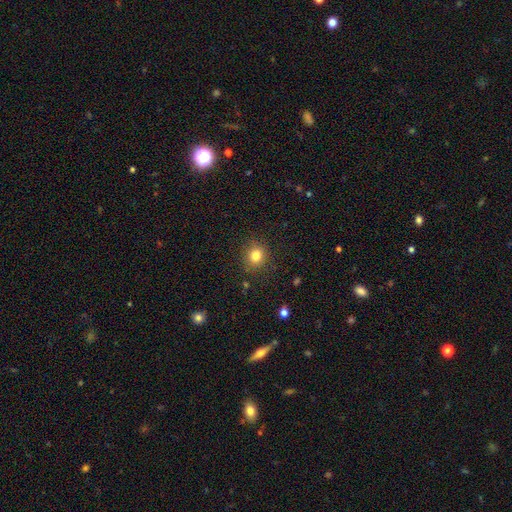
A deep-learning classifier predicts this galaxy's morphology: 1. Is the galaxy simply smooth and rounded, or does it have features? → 81% smooth, 12% star or artifact, 6% featured or disk.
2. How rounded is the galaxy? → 80% round, 19% in between, 1% cigar-shaped.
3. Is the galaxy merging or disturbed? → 87% none, 9% minor disturbance, 3% major disturbance, 1% merger.